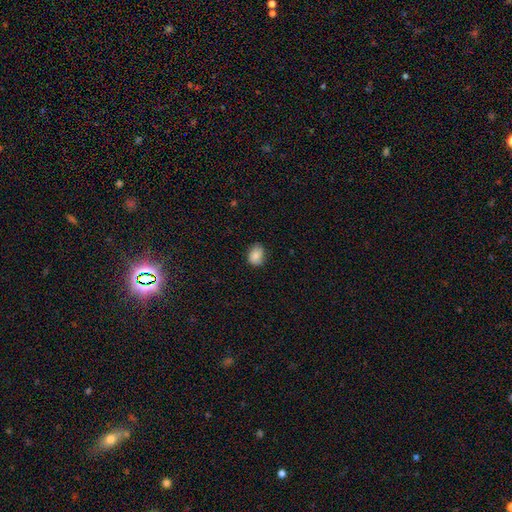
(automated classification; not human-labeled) Overall: smooth (83%). How rounded: in between (54%; round 45%). Merging: none (73%).